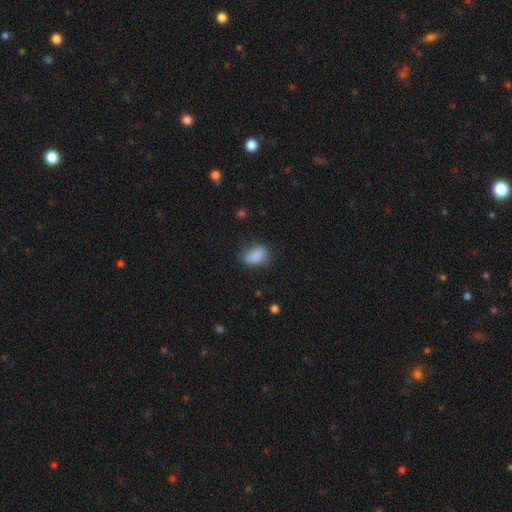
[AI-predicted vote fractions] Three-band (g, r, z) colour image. It shows a smooth galaxy with no disk features (84%) that is in between round and cigar-shaped (81%). Merging: none (63%).